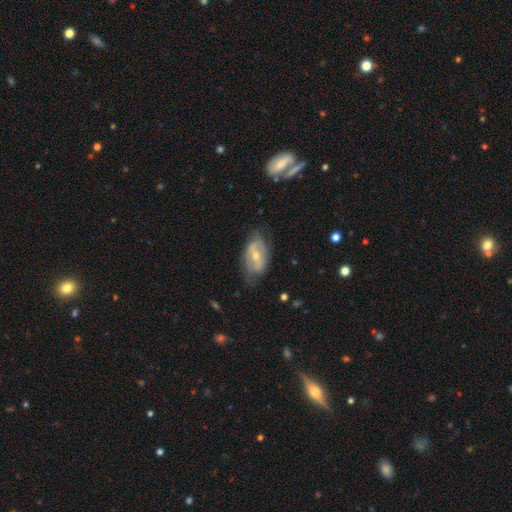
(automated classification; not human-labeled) Smooth or featured?
  - featured or disk: 64% *
  - smooth: 30%
  - star or artifact: 7%
Edge-on disk?
  - no: 92% *
  - yes: 8%
Bar?
  - weak: 40% *
  - no: 34%
  - strong: 27%
Spiral arms?
  - yes: 53% *
  - no: 47%
Bulge size?
  - moderate: 59% *
  - small: 37%
  - large: 2%
  - none: 1%
  - dominant: 1%
Merging?
  - none: 64% *
  - minor disturbance: 26%
  - major disturbance: 9%
  - merger: 2%